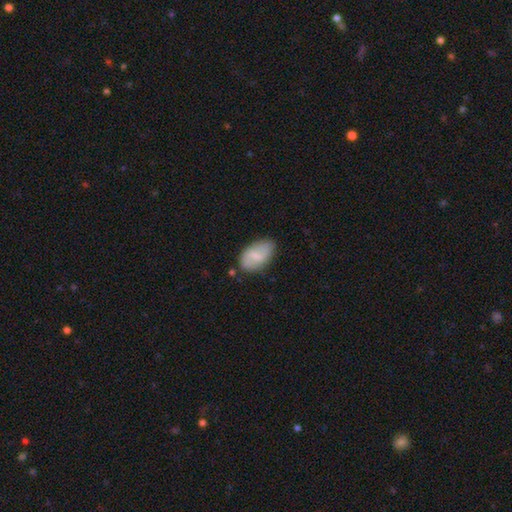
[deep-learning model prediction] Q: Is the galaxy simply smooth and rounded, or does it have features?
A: smooth — 54%.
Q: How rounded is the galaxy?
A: in between — 92%.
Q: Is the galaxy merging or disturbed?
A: none — 75%.